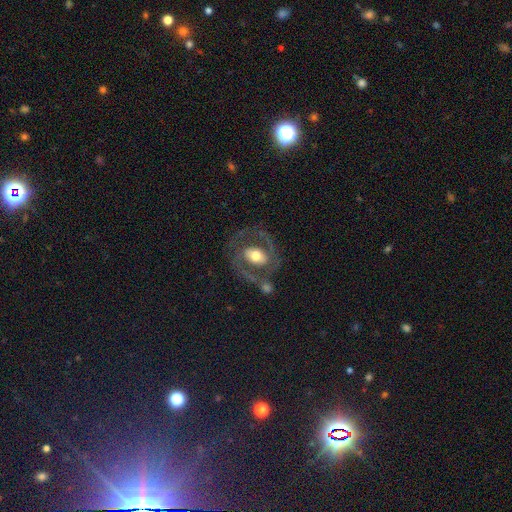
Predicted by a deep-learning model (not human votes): Smooth or featured? featured or disk (71%)
Edge-on disk? no (96%)
Bar? no (47%)
Spiral arms? yes (68%)
Bulge size? moderate (63%)
Merging? none (61%)